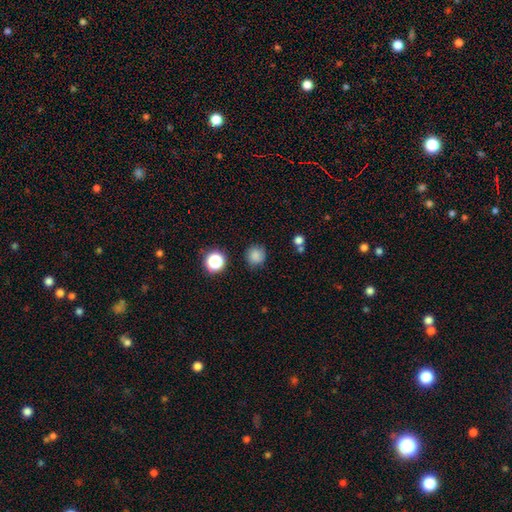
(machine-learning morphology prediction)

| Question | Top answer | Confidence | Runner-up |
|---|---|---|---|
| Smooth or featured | smooth | 82% | star or artifact (13%) |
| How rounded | round | 90% | in between (9%) |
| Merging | none | 80% | minor disturbance (13%) |